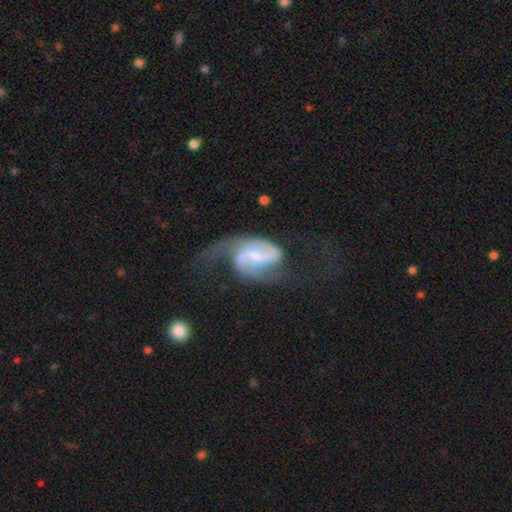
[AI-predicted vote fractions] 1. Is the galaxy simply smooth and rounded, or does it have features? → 84% featured or disk, 10% smooth, 6% star or artifact.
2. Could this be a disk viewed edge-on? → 97% no, 3% yes.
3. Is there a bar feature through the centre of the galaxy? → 43% weak, 41% strong, 16% no.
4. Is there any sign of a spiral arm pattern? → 93% yes, 7% no.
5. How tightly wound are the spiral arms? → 58% loose, 33% medium, 9% tight.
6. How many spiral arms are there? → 86% 2, 6% 1, 4% can't tell, 1% 3, 1% 4, 1% more than 4.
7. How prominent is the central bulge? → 57% small, 28% moderate, 11% none, 3% large, 1% dominant.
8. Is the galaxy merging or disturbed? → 39% none (tied), 39% major disturbance (tied), 19% minor disturbance, 4% merger.